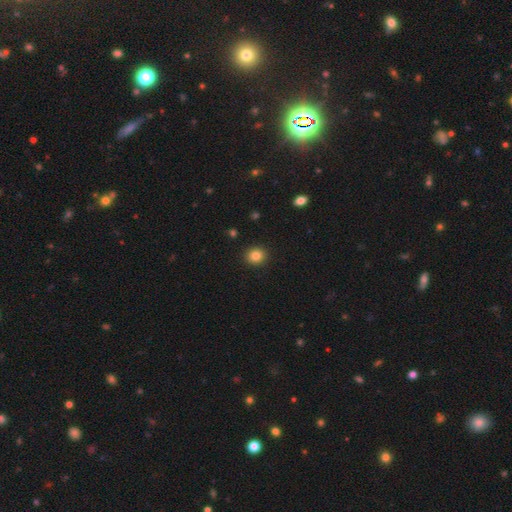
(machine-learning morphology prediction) Q: Smooth or featured?
A: smooth (84%); runner-up: star or artifact (11%)
Q: How rounded?
A: round (82%); runner-up: in between (17%)
Q: Merging?
A: none (92%); runner-up: minor disturbance (5%)